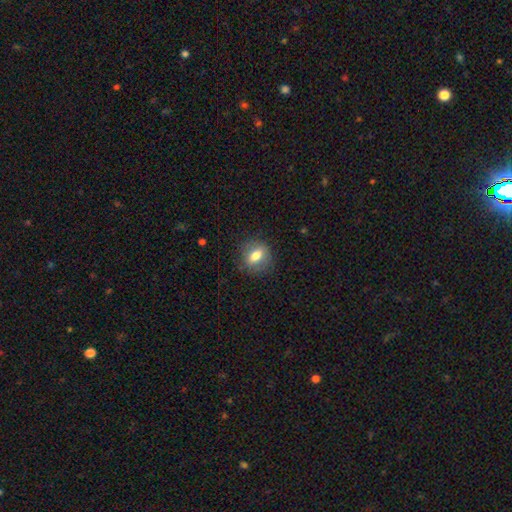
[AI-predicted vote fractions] smooth 69%, featured or disk 22%, star or artifact 9%. Down the decision tree: how rounded — round (52%); merging — none (82%).